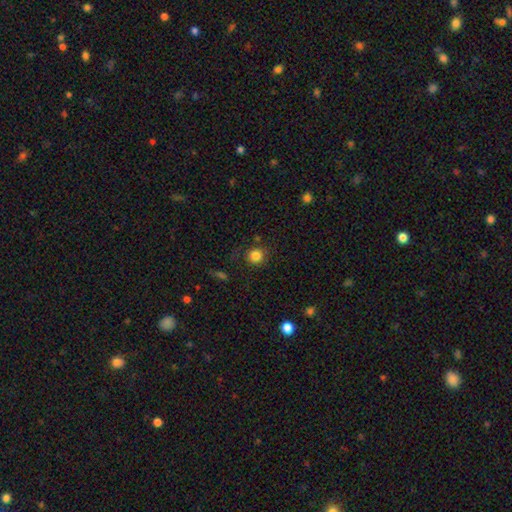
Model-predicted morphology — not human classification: The model was most divided on "merging": none: 82%, minor disturbance: 11%, major disturbance: 4%, merger: 3%. More confident: how rounded — round (90%); smooth or featured — smooth (83%).